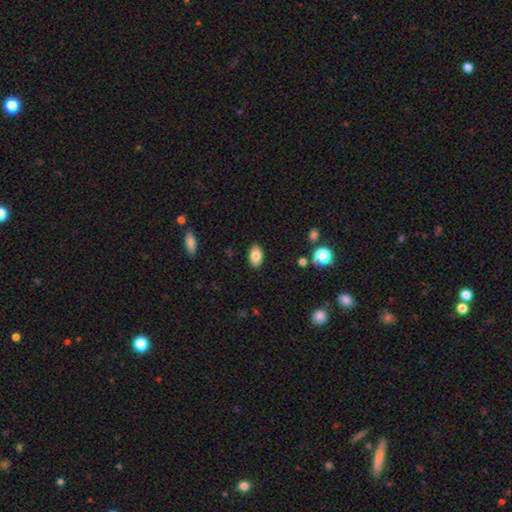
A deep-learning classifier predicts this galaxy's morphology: This appears to be a smooth galaxy with no disk features (84%) that is in between round and cigar-shaped (91%). Merging: none (88%).